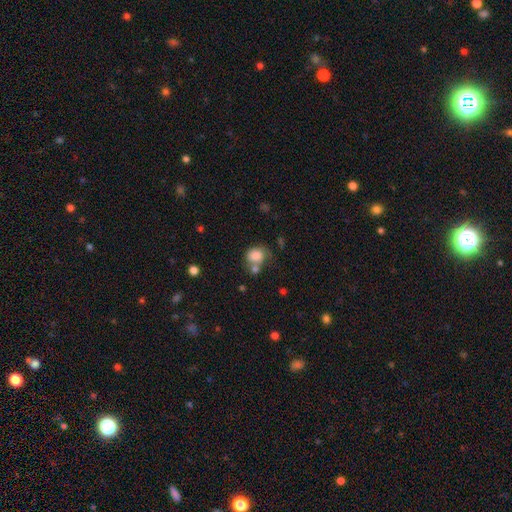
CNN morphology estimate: Overall: smooth (80%). How rounded: round (65%; in between 34%). Merging: none (40%; merger 33%).